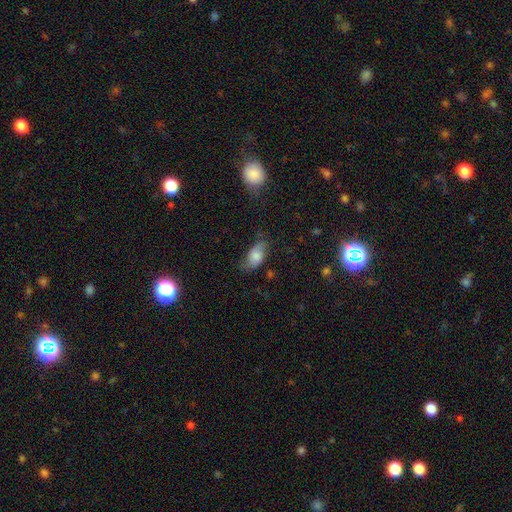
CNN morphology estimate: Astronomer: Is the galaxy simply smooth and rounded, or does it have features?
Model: smooth — 69%.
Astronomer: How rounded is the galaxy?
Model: in between — 90%.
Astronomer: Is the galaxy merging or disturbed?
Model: none — 60%.